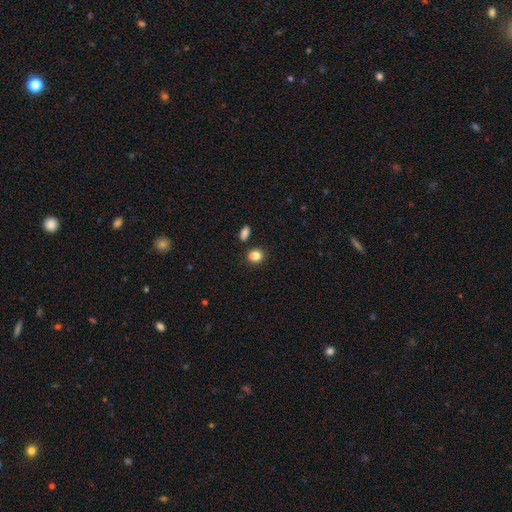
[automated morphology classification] A smooth galaxy with no disk features (85%) that is round (53%). Merging: none (75%).